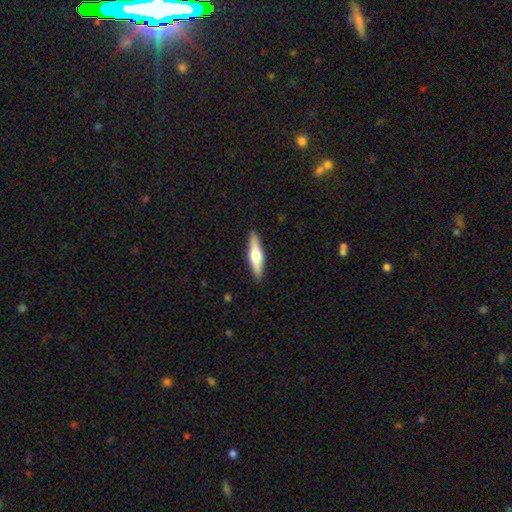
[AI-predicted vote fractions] Overall: featured or disk (54%; smooth 41%). Edge-on disk: yes (95%). Edge-on bulge: rounded (94%). Merging: none (91%).